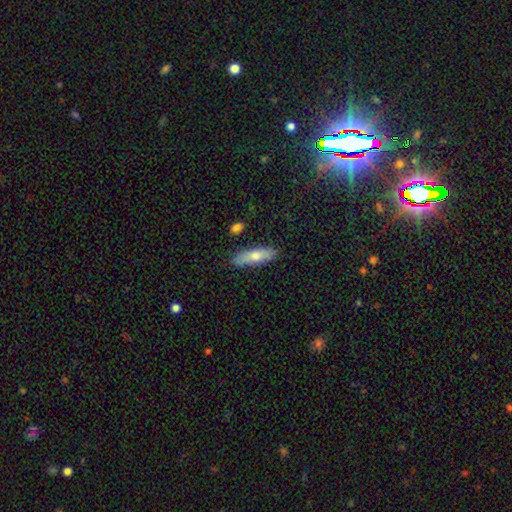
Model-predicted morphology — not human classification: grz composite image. It shows a smooth galaxy with no disk features (69%) that is cigar-shaped (59%). Merging: none (85%).